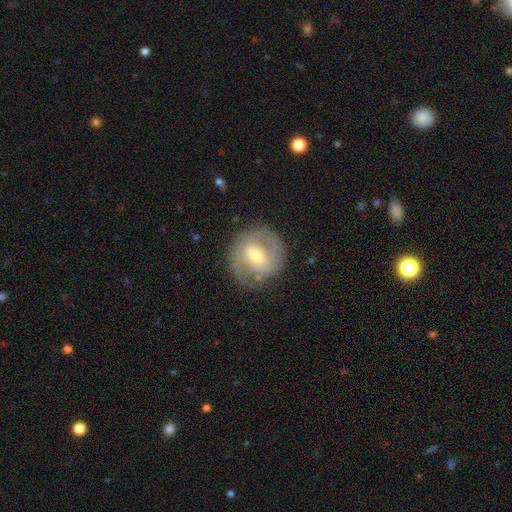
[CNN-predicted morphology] smooth_or_featured: featured or disk (p=0.75) [alt: smooth p=0.20]
disk_edge_on: no (p=0.97) [alt: yes p=0.03]
bar: weak (p=0.51) [alt: no p=0.25]
has_spiral_arms: yes (p=0.87) [alt: no p=0.13]
spiral_winding: tight (p=0.46) [alt: medium p=0.42]
spiral_arm_count: 2 (p=0.78) [alt: can't tell p=0.12]
bulge_size: moderate (p=0.60) [alt: small p=0.33]
merging: none (p=0.78) [alt: minor disturbance p=0.15]